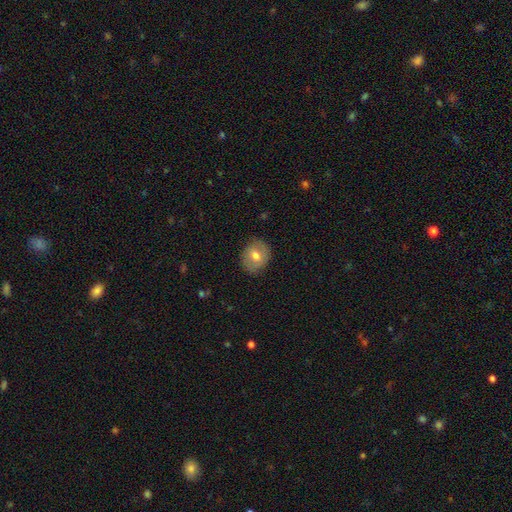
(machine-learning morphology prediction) smooth_or_featured: smooth (p=0.65) [alt: featured or disk p=0.27]
how_rounded: round (p=0.64) [alt: in between p=0.35]
merging: none (p=0.82) [alt: minor disturbance p=0.13]